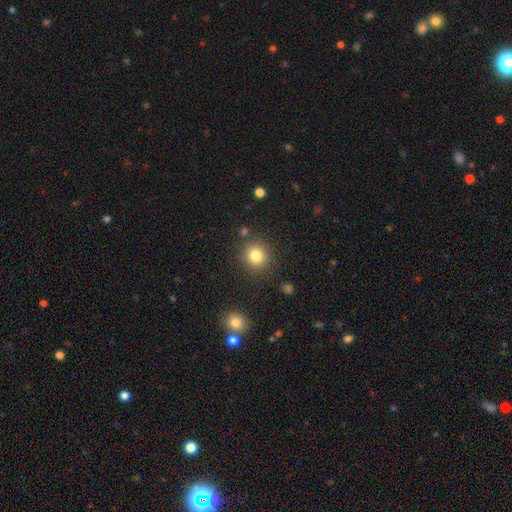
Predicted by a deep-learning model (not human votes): Morphology: type=smooth (82%); roundness=round (88%); merging=none (86%).